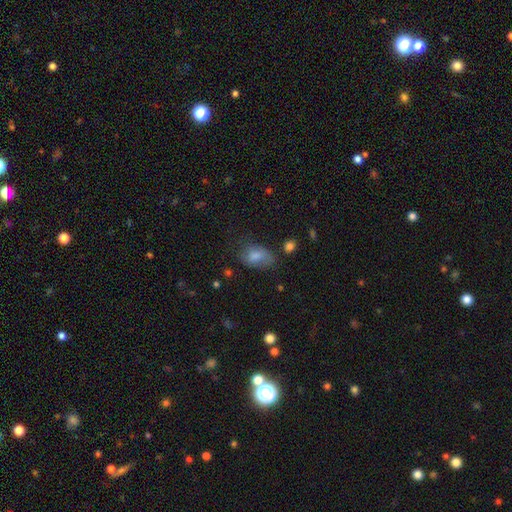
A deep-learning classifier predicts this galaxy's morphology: This appears to be a smooth galaxy with no disk features (76%) that is in between round and cigar-shaped (86%). Merging: none (49%).